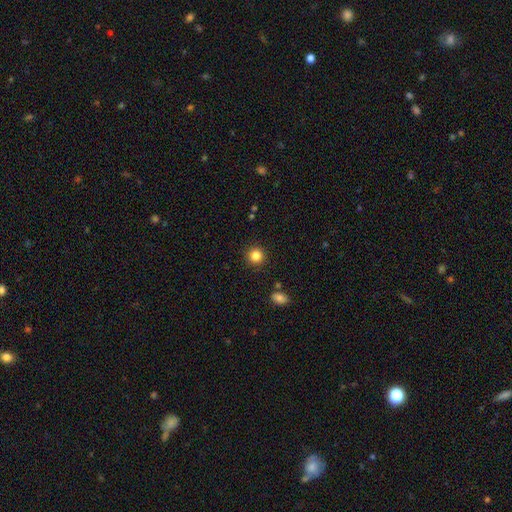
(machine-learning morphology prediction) A smooth galaxy with no disk features (84%) that is round (93%).

Vote fractions:
- Smooth or featured? smooth: 84% / star or artifact: 11% / featured or disk: 5%
- How rounded? round: 93% / in between: 6% / cigar-shaped: 1%
- Merging? none: 91% / minor disturbance: 6% / major disturbance: 2% / merger: 1%